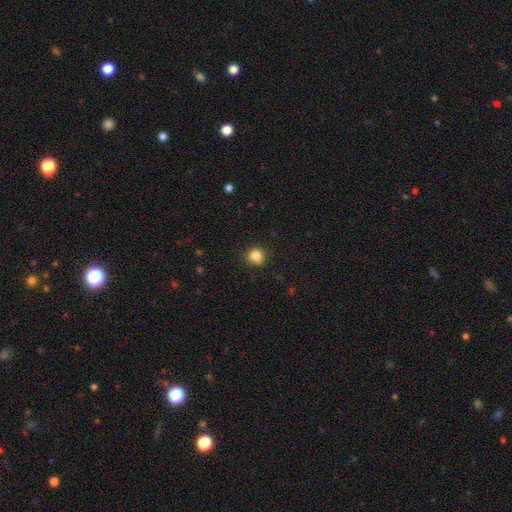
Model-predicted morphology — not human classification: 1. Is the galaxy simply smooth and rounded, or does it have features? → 83% smooth, 12% star or artifact, 5% featured or disk.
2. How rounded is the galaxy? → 85% round, 14% in between, 1% cigar-shaped.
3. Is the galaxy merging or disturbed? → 81% none, 14% minor disturbance, 3% major disturbance, 2% merger.